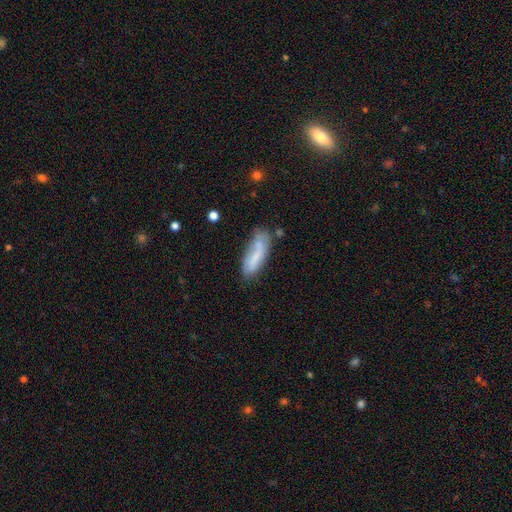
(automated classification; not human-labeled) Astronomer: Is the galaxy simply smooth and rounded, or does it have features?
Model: smooth — 66%.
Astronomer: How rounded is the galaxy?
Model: in between — 50% (runner-up: cigar-shaped, 48%).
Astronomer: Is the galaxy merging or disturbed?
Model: none — 51% (runner-up: minor disturbance, 29%).